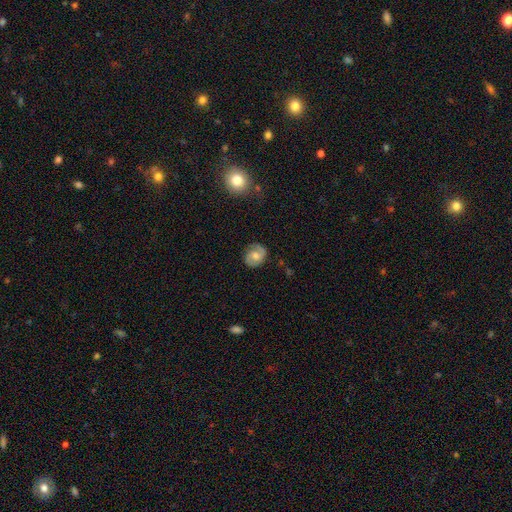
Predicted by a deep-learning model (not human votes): smooth-or-featured: featured or disk: 65% | smooth: 27% | star or artifact: 7%
  disk-edge-on: no: 98% | yes: 2%
    bar: no: 64% | weak: 31% | strong: 5%
    has-spiral-arms: yes: 92% | no: 8%
      spiral-winding: medium: 43% | tight: 42% | loose: 15%
      spiral-arm-count: 2: 81% | 1: 8% | can't tell: 7% | 3: 1% | 4: 1% | more than 4: 1%
    bulge-size: moderate: 63% | small: 29% | large: 4% | none: 3% | dominant: 1%
  merging: none: 79% | minor disturbance: 16% | major disturbance: 5% | merger: 1%